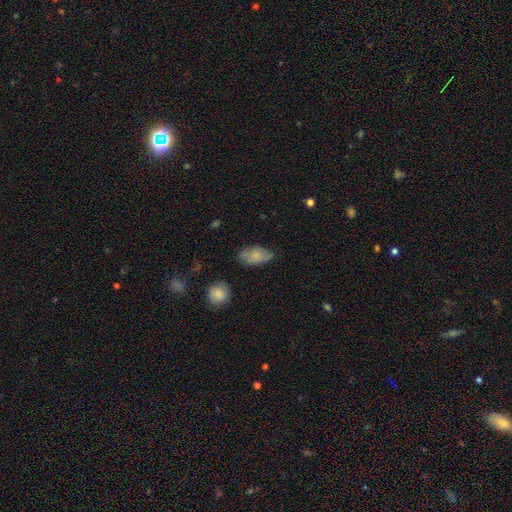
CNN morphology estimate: Overall: smooth (76%). How rounded: in between (91%). Merging: none (66%; minor disturbance 26%).